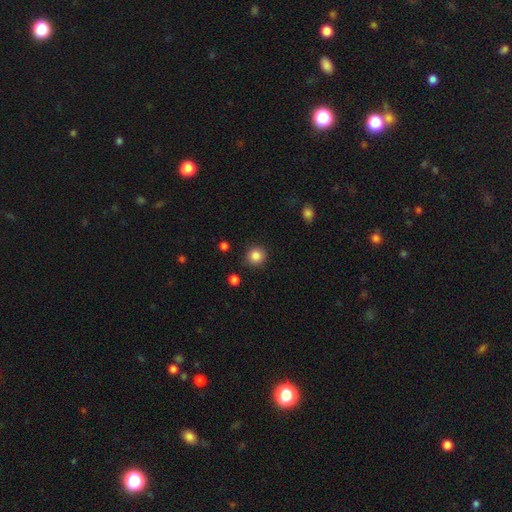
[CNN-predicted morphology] Smooth or featured? smooth (86%)
How rounded? round (94%)
Merging? none (90%)